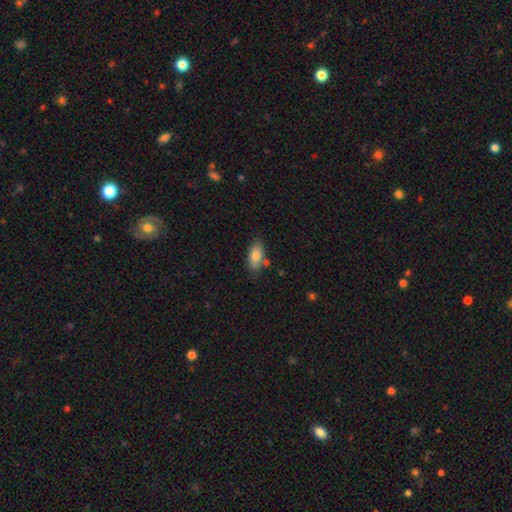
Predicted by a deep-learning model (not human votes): smooth-or-featured: smooth: 80% | featured or disk: 13% | star or artifact: 7%
  how-rounded: in between: 89% | cigar-shaped: 7% | round: 4%
  merging: none: 72% | minor disturbance: 16% | merger: 9% | major disturbance: 3%